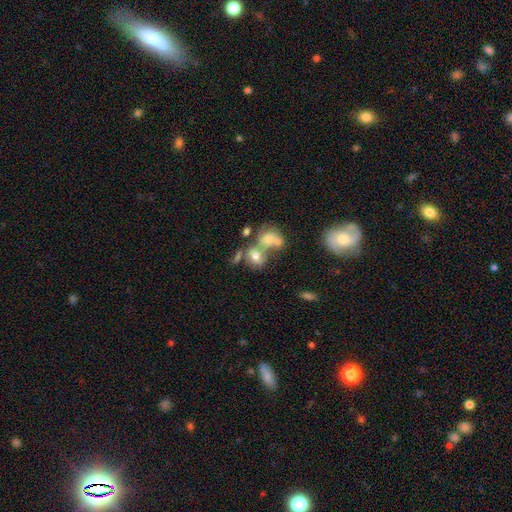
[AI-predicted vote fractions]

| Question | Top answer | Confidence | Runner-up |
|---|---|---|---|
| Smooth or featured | smooth | 63% | featured or disk (22%) |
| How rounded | round | 51% | in between (47%) |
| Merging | merger | 51% | none (32%) |